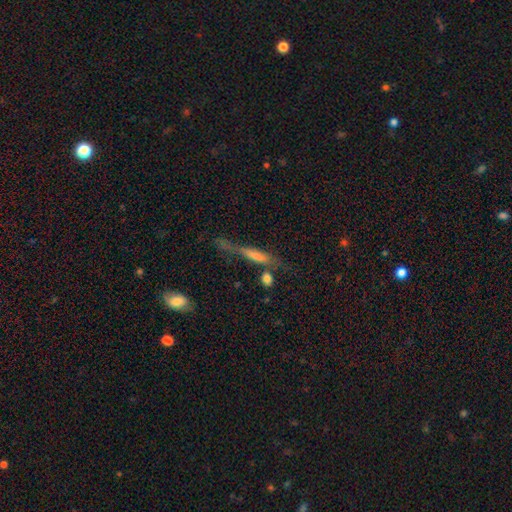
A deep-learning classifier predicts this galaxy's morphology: smooth_or_featured: smooth (p=0.52) [alt: featured or disk p=0.39]
how_rounded: cigar-shaped (p=0.83) [alt: in between p=0.14]
merging: none (p=0.50) [alt: minor disturbance p=0.21]